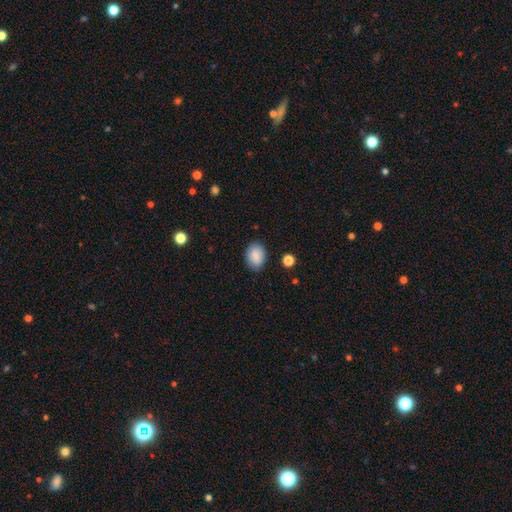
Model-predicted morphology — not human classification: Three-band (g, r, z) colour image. It shows a smooth galaxy with no disk features (88%) that is in between round and cigar-shaped (71%). Merging: none (84%).